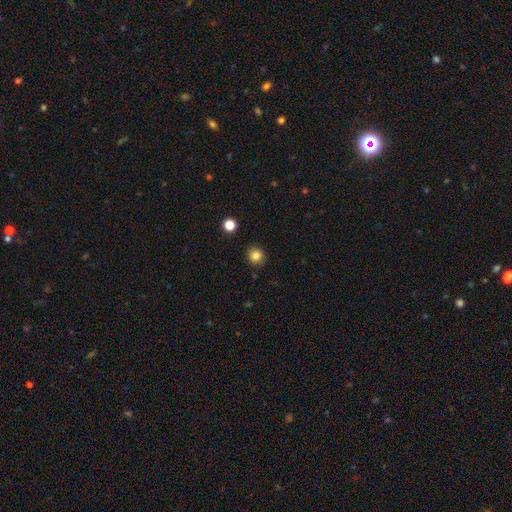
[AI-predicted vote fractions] Smooth or featured: smooth — 84% (star or artifact — 11%)
How rounded: round — 92% (in between — 7%)
Merging: none — 90% (minor disturbance — 6%)